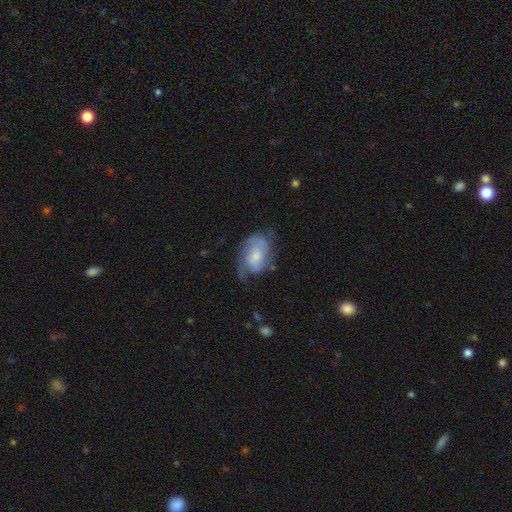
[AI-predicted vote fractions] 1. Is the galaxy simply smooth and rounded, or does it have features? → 61% featured or disk, 32% smooth, 7% star or artifact.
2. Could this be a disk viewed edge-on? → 96% no, 4% yes.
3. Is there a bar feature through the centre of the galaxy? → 69% no, 27% weak, 4% strong.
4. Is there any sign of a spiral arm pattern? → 83% yes, 17% no.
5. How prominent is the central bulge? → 41% moderate, 38% small, 10% large, 8% none, 2% dominant.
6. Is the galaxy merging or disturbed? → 48% none, 29% minor disturbance, 20% major disturbance, 2% merger.